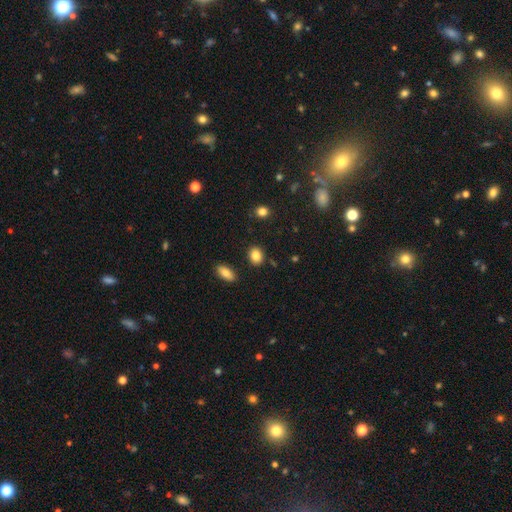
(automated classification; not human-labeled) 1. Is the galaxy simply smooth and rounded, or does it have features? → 85% smooth, 9% star or artifact, 6% featured or disk.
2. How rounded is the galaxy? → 53% in between, 46% round, 1% cigar-shaped.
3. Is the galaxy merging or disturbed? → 86% none, 8% minor disturbance, 3% merger, 2% major disturbance.